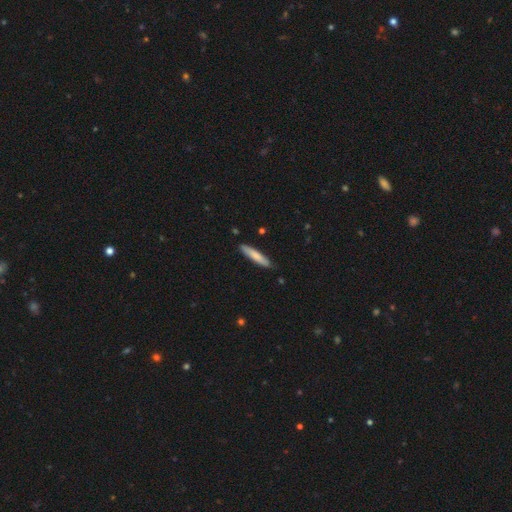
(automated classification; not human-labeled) Smooth or featured? Predicted: smooth (p=0.75). How rounded? Predicted: cigar-shaped (p=0.89). Merging? Predicted: none (p=0.85).